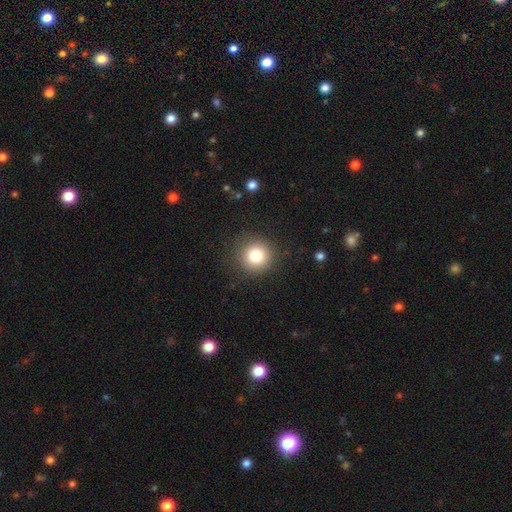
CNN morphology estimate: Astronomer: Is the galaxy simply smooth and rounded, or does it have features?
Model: smooth — 84%.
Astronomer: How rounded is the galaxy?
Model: round — 94%.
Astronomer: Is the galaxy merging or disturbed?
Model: none — 86%.